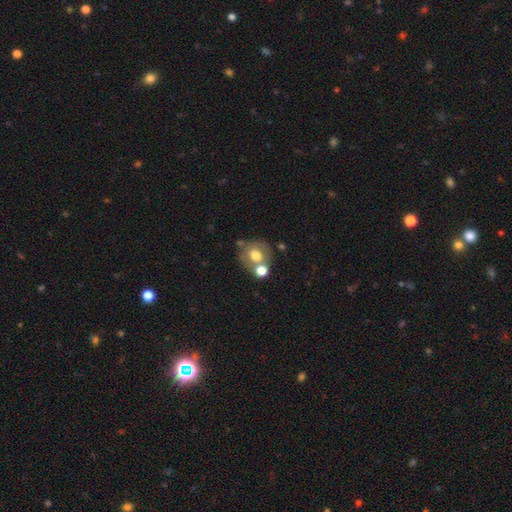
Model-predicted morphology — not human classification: Smooth or featured? smooth (62%)
How rounded? round (74%)
Merging? none (50%)